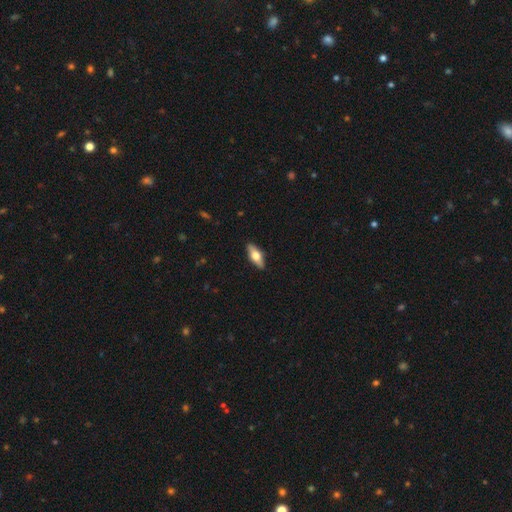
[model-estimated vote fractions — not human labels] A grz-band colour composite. It shows a smooth galaxy with no disk features (52%) that is in between round and cigar-shaped (68%). Merging: none (88%).